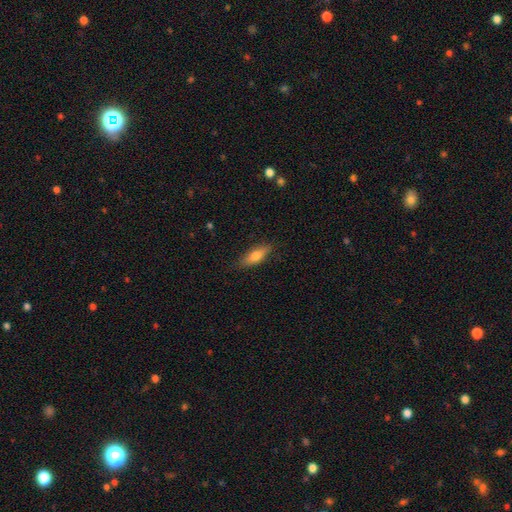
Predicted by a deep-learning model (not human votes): Overall: smooth (71%). How rounded: in between (59%; cigar-shaped 39%). Merging: none (82%).